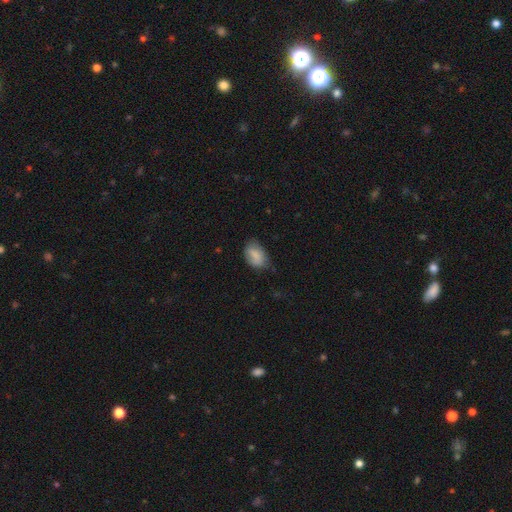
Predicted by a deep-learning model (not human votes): This appears to be a smooth galaxy with no disk features (81%) that is in between round and cigar-shaped (88%). Merging: none (57%).